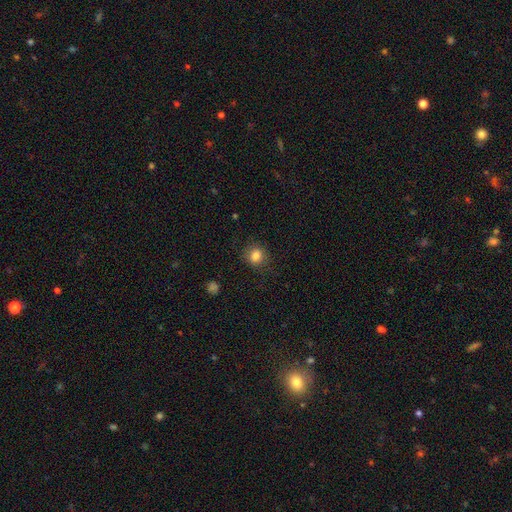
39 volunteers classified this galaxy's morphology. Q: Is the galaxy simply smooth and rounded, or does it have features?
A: smooth — 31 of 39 (79%).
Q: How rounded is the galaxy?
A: round — 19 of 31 (61%).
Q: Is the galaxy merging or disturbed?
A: none — 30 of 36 (83%).